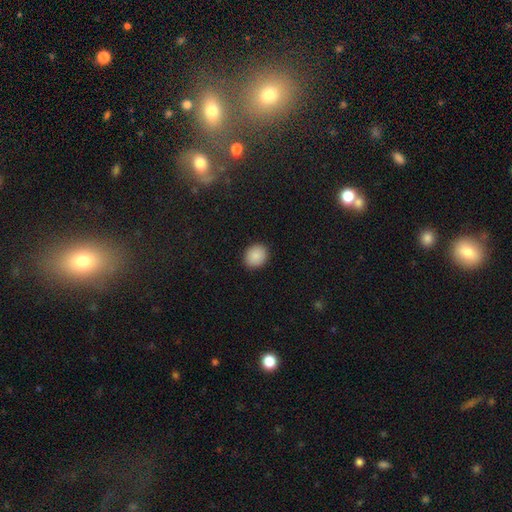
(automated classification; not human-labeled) This is clearly a smooth galaxy (89%). How rounded: possibly round (58%). Merging: clearly none (91%).